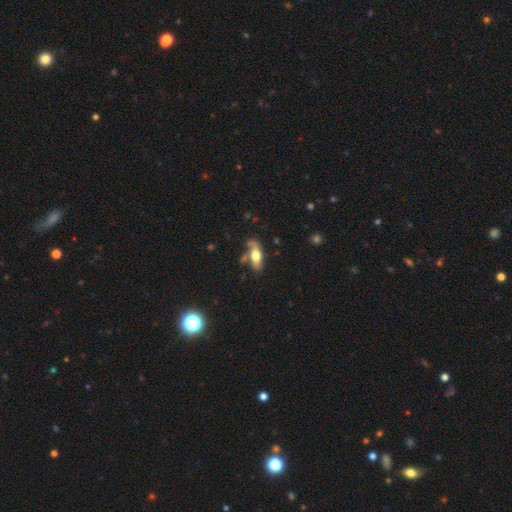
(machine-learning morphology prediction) type=smooth (58%); roundness=in between (70%); merging=none (58%).